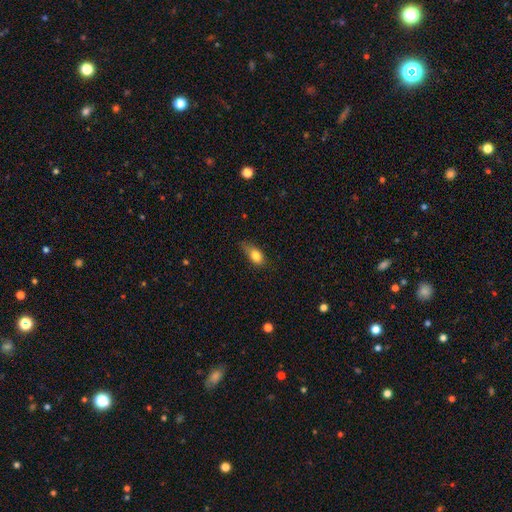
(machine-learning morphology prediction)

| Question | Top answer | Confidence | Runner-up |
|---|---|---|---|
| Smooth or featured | smooth | 79% | featured or disk (13%) |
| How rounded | in between | 78% | round (13%) |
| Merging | none | 45% | minor disturbance (39%) |